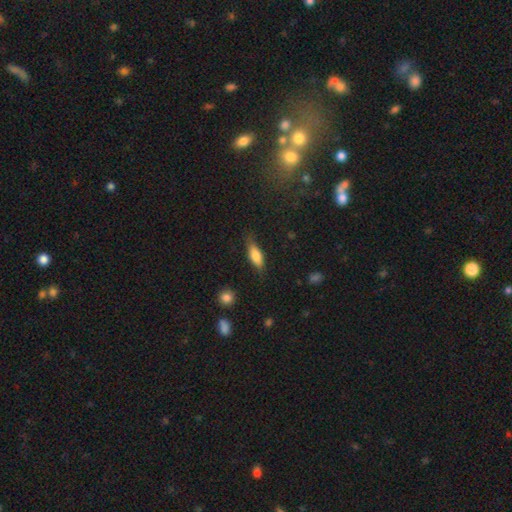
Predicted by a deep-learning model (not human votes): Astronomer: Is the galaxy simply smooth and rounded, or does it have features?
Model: smooth — 74%.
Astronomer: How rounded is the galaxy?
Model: in between — 67%.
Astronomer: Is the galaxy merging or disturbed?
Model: none — 72%.